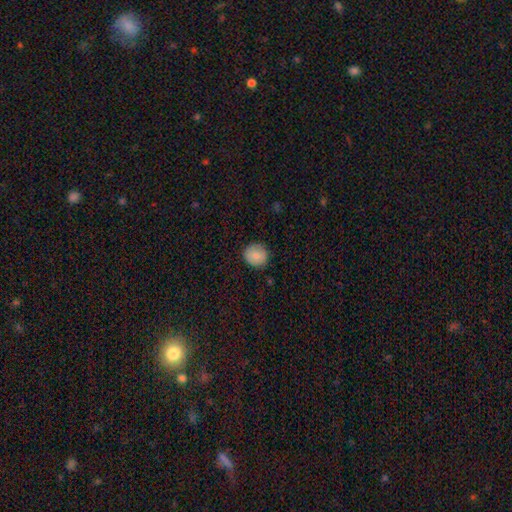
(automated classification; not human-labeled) This appears to be a smooth galaxy with no disk features (81%) that is round (85%). Merging: none (87%).